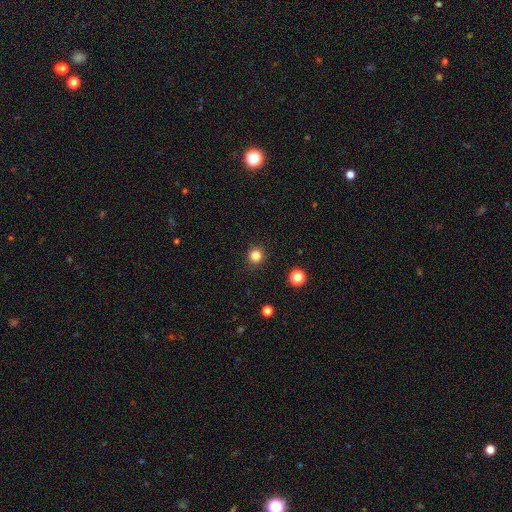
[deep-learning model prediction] Morphology: type=smooth (83%); roundness=round (94%); merging=none (92%).